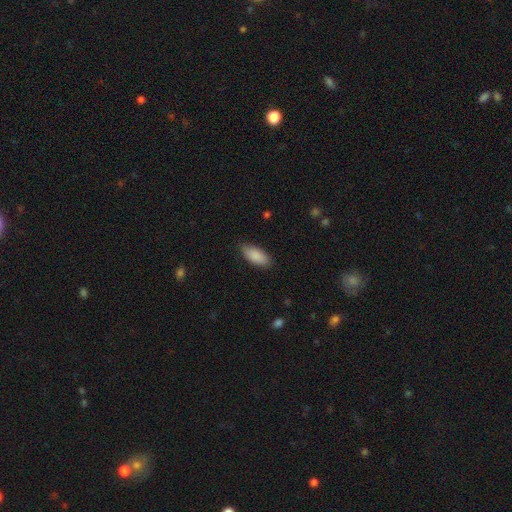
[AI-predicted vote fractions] The model was most divided on "merging": none: 85%, minor disturbance: 12%, major disturbance: 2%, merger: 1%. More confident: smooth or featured — smooth (89%); how rounded — in between (88%).